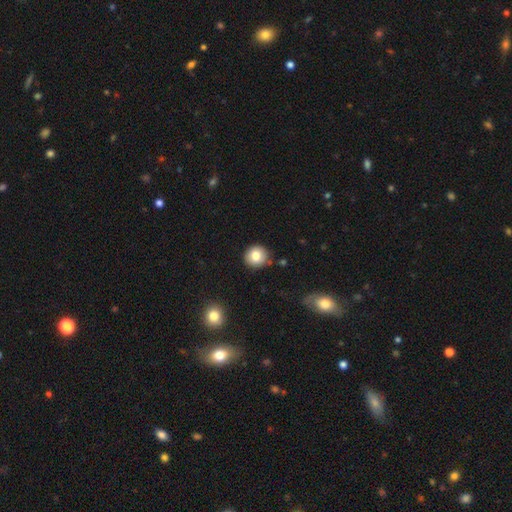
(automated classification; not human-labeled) smooth 82%, star or artifact 9%, featured or disk 8%. Down the decision tree: how rounded — round (91%); merging — none (85%).